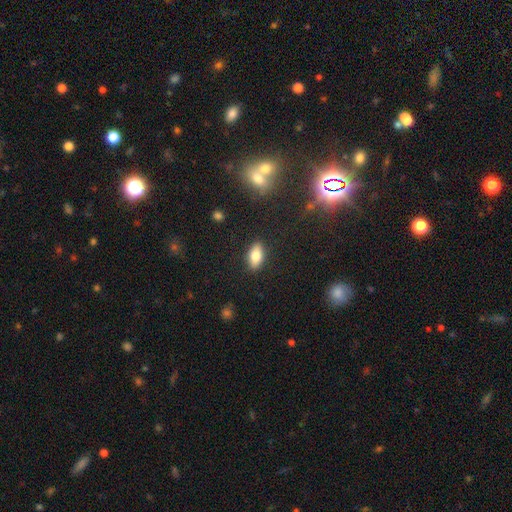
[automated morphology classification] Q: Smooth or featured?
A: smooth (72%); runner-up: featured or disk (20%)
Q: How rounded?
A: in between (84%); runner-up: cigar-shaped (10%)
Q: Merging?
A: none (88%); runner-up: minor disturbance (9%)